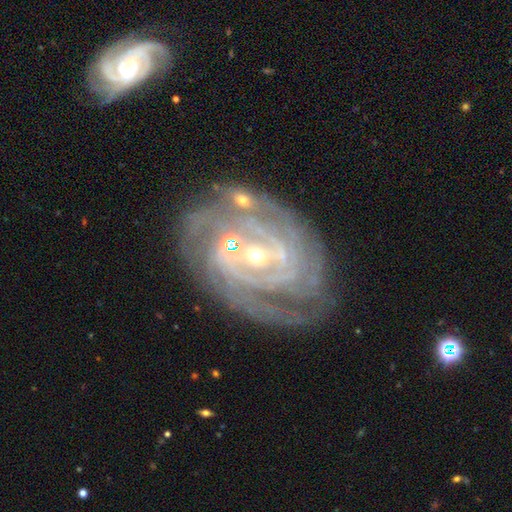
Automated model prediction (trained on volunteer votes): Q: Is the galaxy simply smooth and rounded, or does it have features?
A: featured or disk — 89%.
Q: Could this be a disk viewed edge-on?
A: no — 96%.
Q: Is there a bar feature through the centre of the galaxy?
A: no — 40%.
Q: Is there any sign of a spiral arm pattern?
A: yes — 97%.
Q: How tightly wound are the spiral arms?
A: tight — 75%.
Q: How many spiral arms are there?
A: can't tell — 24%.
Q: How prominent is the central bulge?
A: small — 64%.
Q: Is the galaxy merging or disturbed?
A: none — 64%.